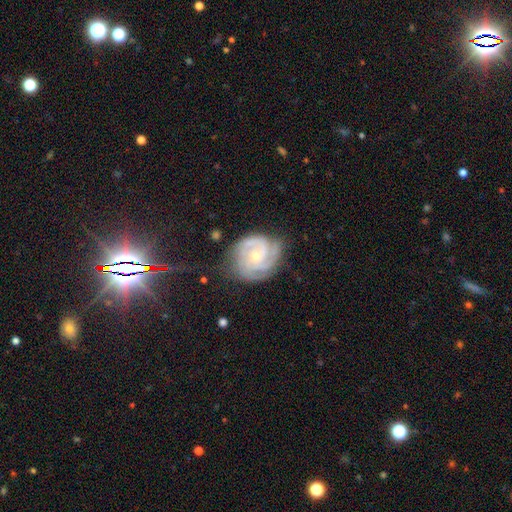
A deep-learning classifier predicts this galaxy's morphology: Smooth or featured: featured or disk — 87% (smooth — 7%)
Edge-on disk: no — 98% (yes — 2%)
Bar: no — 73% (weak — 22%)
Spiral arms: yes — 98% (no — 2%)
Spiral winding: tight — 69% (medium — 26%)
Spiral arm count: 3 — 47% (4 — 16%)
Bulge size: small — 60% (moderate — 37%)
Merging: none — 72% (minor disturbance — 20%)